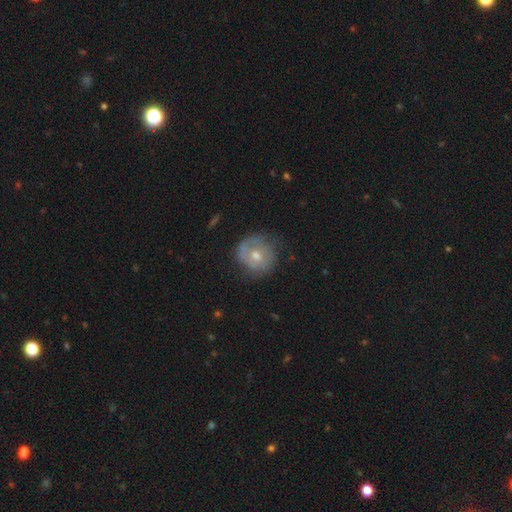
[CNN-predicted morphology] featured or disk 56%, smooth 34%, star or artifact 9%. Down the decision tree: edge-on disk — no (96%); bar — no (76%); spiral arms — yes (68%); bulge size — moderate (64%); merging — none (70%).